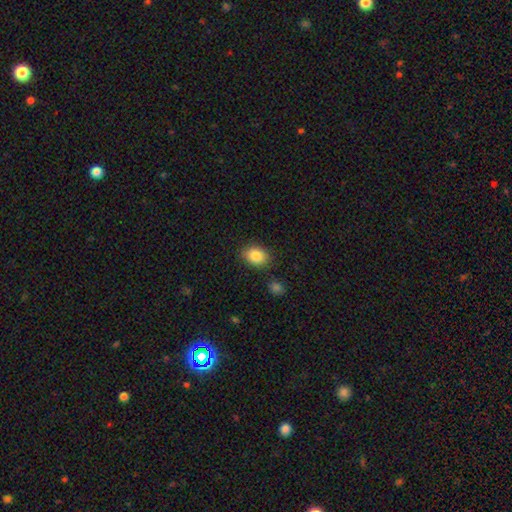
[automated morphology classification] A smooth galaxy with no disk features (87%) that is in between round and cigar-shaped (71%). Merging: none (84%).